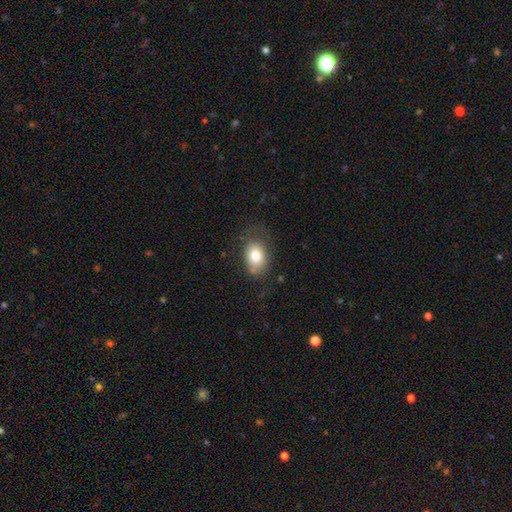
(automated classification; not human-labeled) Smooth or featured? Predicted: smooth (p=0.77). How rounded? Predicted: in between (p=0.76). Merging? Predicted: none (p=0.64).